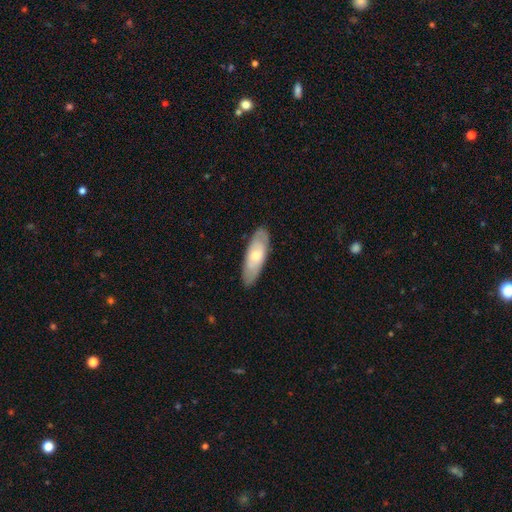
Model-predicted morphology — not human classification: smooth 58%, featured or disk 37%, star or artifact 5%. Down the decision tree: how rounded — in between (66%); merging — none (84%).